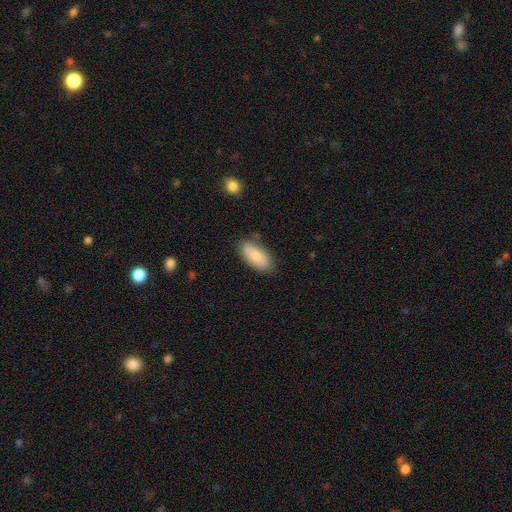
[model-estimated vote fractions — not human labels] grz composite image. It shows a smooth galaxy with no disk features (78%) that is in between round and cigar-shaped (90%). Merging: none (77%).